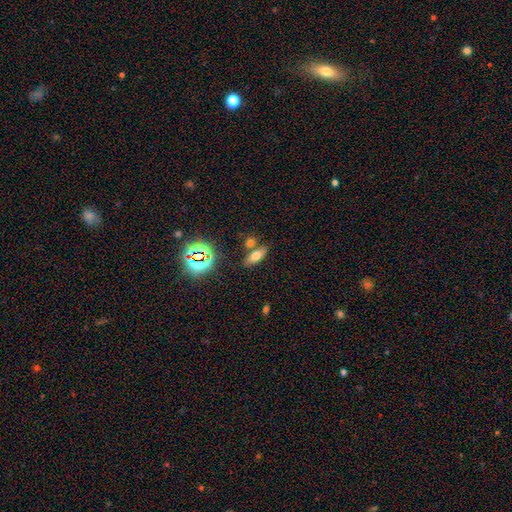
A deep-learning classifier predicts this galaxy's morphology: Smooth or featured: smooth — 63% (featured or disk — 19%)
How rounded: in between — 67% (cigar-shaped — 26%)
Merging: none — 68% (merger — 15%)